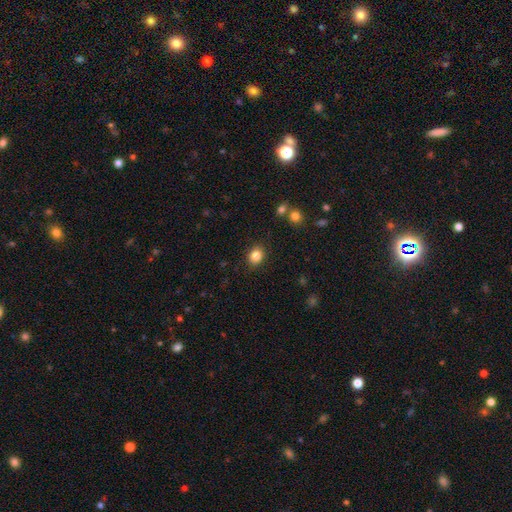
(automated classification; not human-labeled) This appears to be a smooth galaxy with no disk features (85%) that is round (53%). Merging: none (87%).